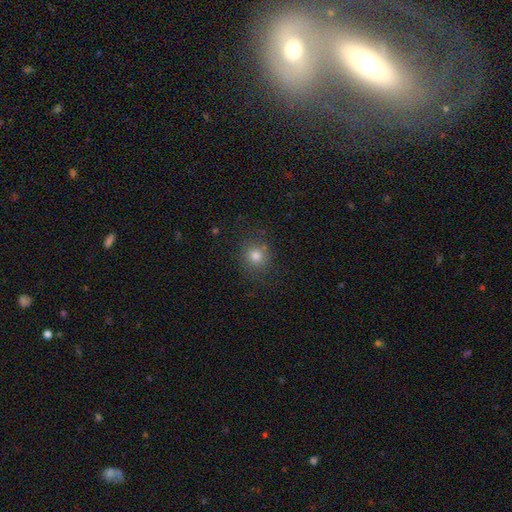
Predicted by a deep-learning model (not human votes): This is likely a smooth galaxy (77%). How rounded: clearly round (88%). Merging: clearly none (83%).